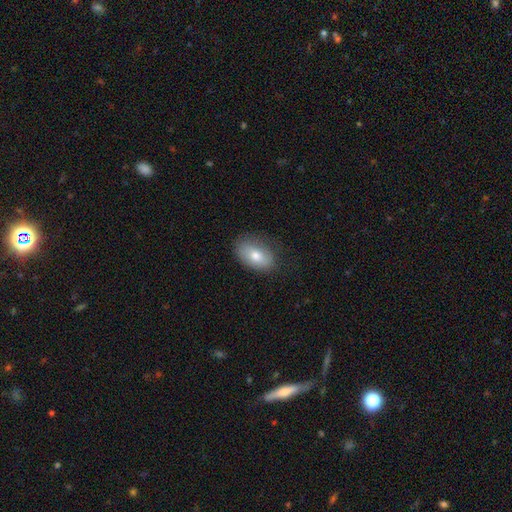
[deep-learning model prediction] This is likely a smooth galaxy (76%). How rounded: clearly in between (89%). Merging: likely none (78%).